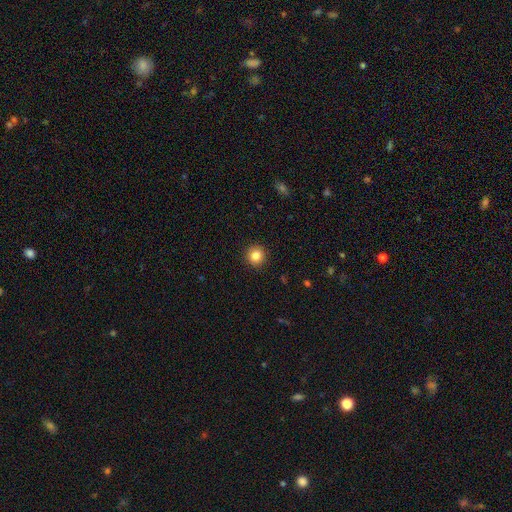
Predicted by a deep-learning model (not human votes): Smooth or featured?
  - smooth: 83% *
  - star or artifact: 11%
  - featured or disk: 6%
How rounded?
  - round: 94% *
  - in between: 5%
  - cigar-shaped: 1%
Merging?
  - none: 93% *
  - minor disturbance: 5%
  - major disturbance: 2%
  - merger: 1%